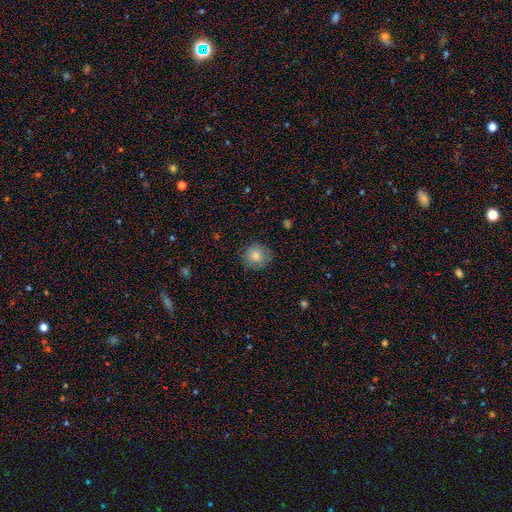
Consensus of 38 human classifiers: Smooth or featured: smooth — 82% (featured or disk — 13%)
How rounded: round — 87% (in between — 13%)
Merging: none — 81% (minor disturbance — 17%)